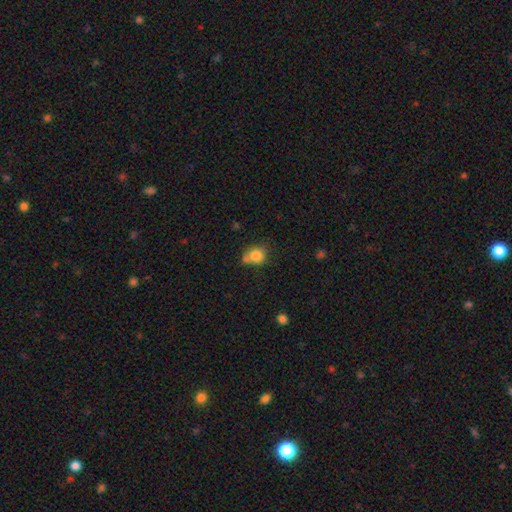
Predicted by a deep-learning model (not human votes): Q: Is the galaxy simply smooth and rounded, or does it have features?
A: smooth — 81%.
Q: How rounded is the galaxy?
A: round — 68%.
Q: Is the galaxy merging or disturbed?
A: none — 49%.